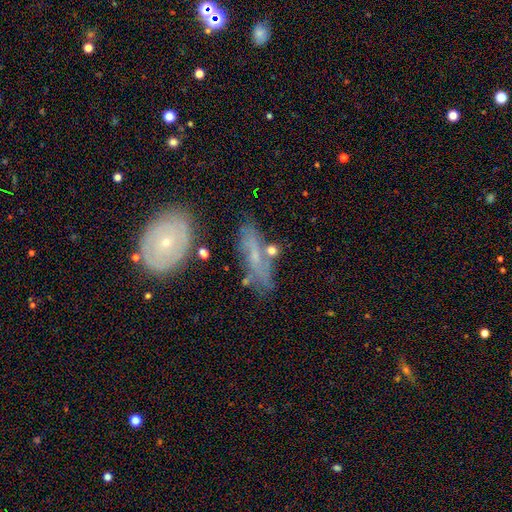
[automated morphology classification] smooth_or_featured: featured or disk (p=0.54) [alt: smooth p=0.33]
disk_edge_on: no (p=0.68) [alt: yes p=0.32]
merging: none (p=0.67) [alt: minor disturbance p=0.19]